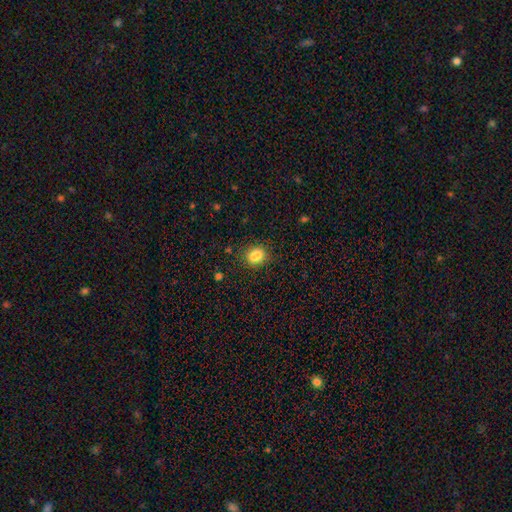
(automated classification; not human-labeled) Overall: smooth (83%). How rounded: in between (53%; round 45%). Merging: none (75%).